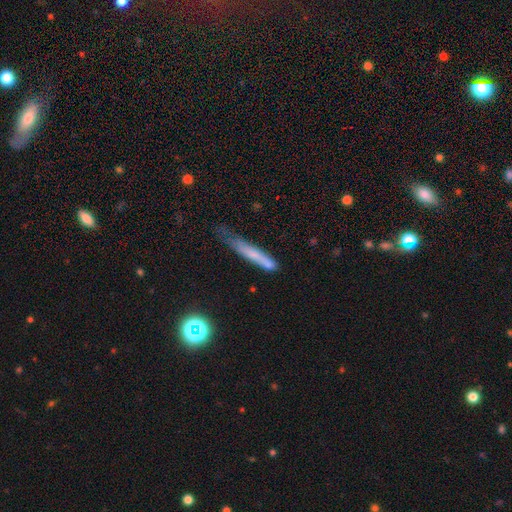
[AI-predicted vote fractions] The model was most divided on "merging": none: 46%, minor disturbance: 35%, major disturbance: 14%, merger: 5%. More confident: how rounded — cigar-shaped (92%); smooth or featured — smooth (61%).